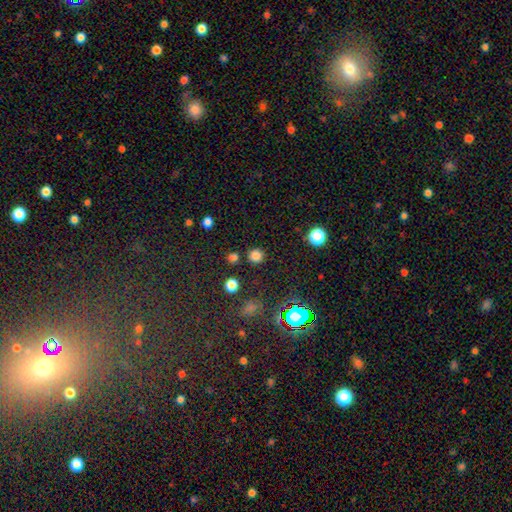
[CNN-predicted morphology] smooth_or_featured: smooth (p=0.76) [alt: star or artifact p=0.19]
how_rounded: round (p=0.92) [alt: in between p=0.07]
merging: none (p=0.85) [alt: minor disturbance p=0.06]